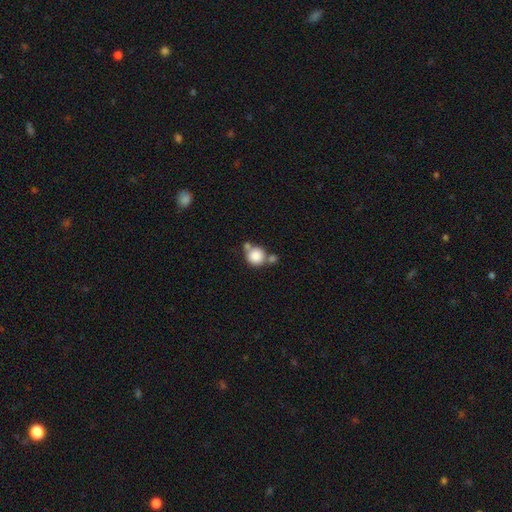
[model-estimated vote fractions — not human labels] smooth_or_featured: smooth (p=0.84) [alt: star or artifact p=0.09]
how_rounded: round (p=0.89) [alt: in between p=0.10]
merging: none (p=0.47) [alt: merger p=0.37]